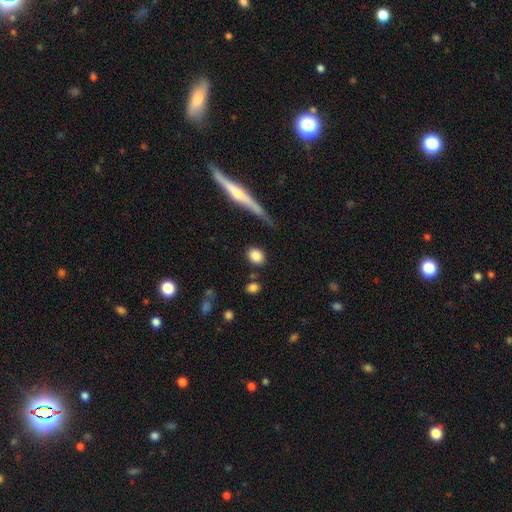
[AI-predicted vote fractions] Morphology: type=smooth (85%); roundness=round (61%); merging=none (81%).